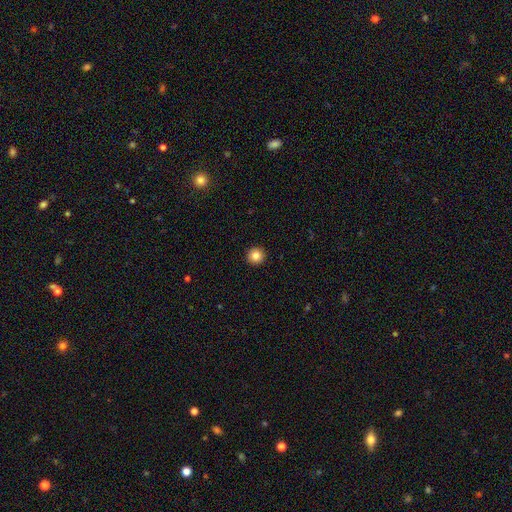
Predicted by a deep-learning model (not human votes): Smooth or featured? smooth (84%)
How rounded? round (96%)
Merging? none (94%)